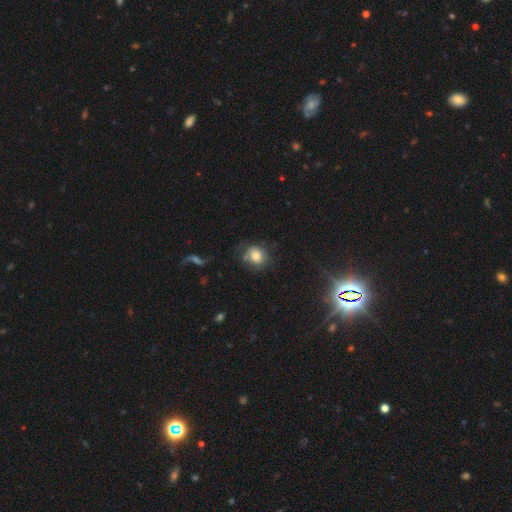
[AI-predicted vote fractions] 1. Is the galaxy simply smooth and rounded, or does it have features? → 77% smooth, 13% featured or disk, 11% star or artifact.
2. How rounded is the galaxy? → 74% round, 25% in between, 1% cigar-shaped.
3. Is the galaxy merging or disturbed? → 66% none, 21% minor disturbance, 8% major disturbance, 5% merger.